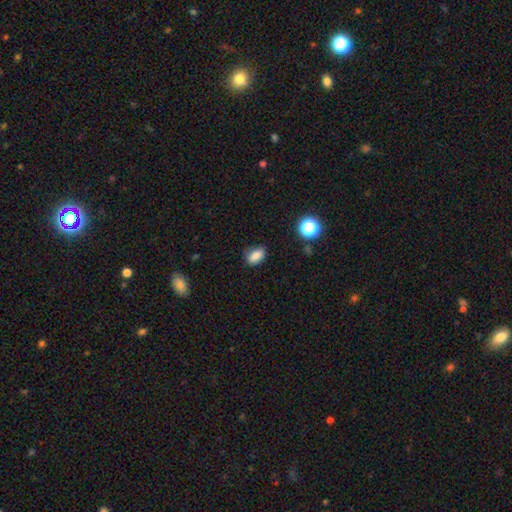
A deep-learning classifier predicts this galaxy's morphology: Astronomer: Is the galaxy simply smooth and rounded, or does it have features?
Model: smooth — 84%.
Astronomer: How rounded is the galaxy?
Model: in between — 85%.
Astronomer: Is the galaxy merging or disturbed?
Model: none — 77%.